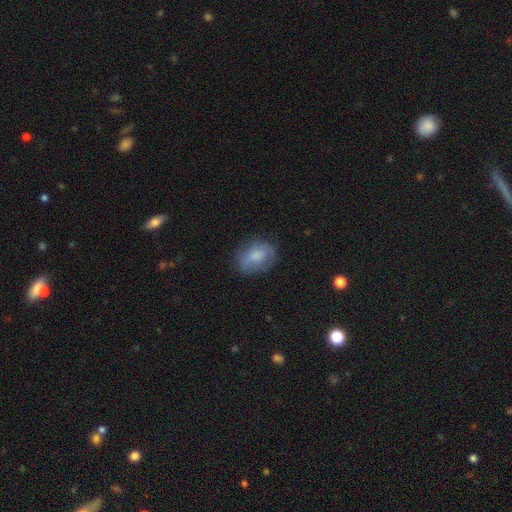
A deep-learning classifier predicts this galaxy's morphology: A smooth galaxy with no disk features (69%) that is in between round and cigar-shaped (73%). Merging: none (69%).